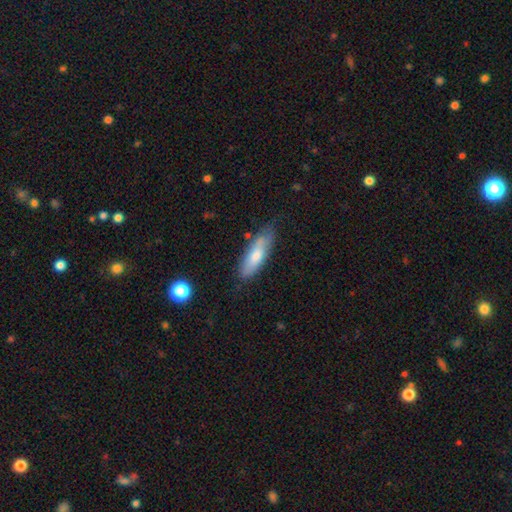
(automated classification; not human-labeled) The model was most divided on "how rounded": in between: 51%, cigar-shaped: 47%, round: 2%. More confident: smooth or featured — smooth (70%); merging — none (65%).